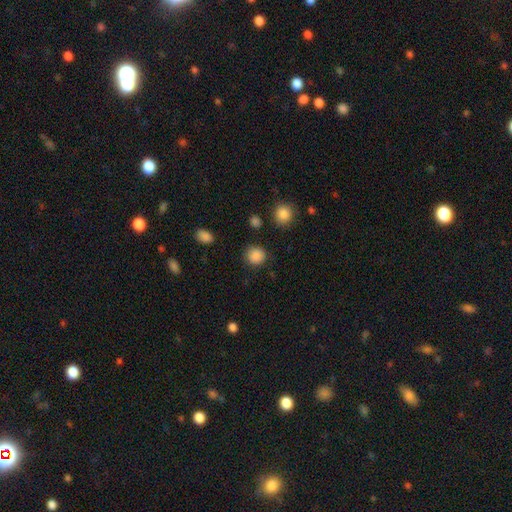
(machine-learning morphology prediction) A smooth galaxy with no disk features (87%) that is round (89%). Merging: none (88%).